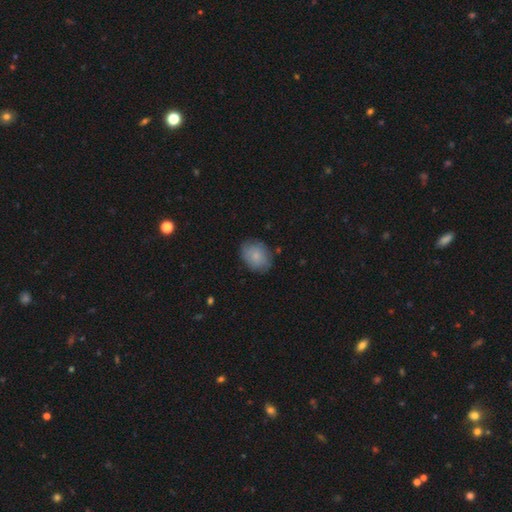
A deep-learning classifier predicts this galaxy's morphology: Q: Smooth or featured?
A: smooth (78%); runner-up: featured or disk (15%)
Q: How rounded?
A: in between (58%); runner-up: round (42%)
Q: Merging?
A: none (76%); runner-up: minor disturbance (19%)